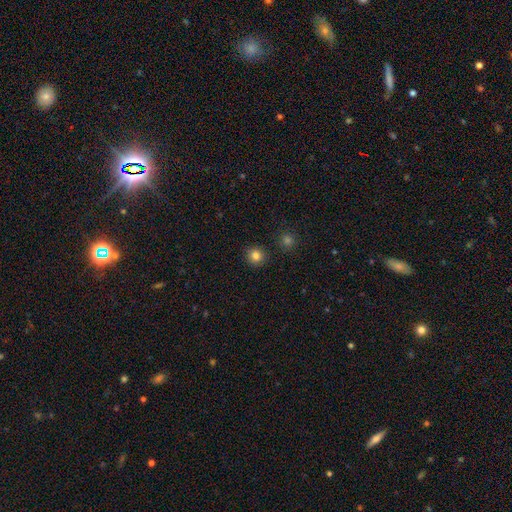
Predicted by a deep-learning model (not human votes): Morphology: type=smooth (83%); roundness=round (92%); merging=none (91%).